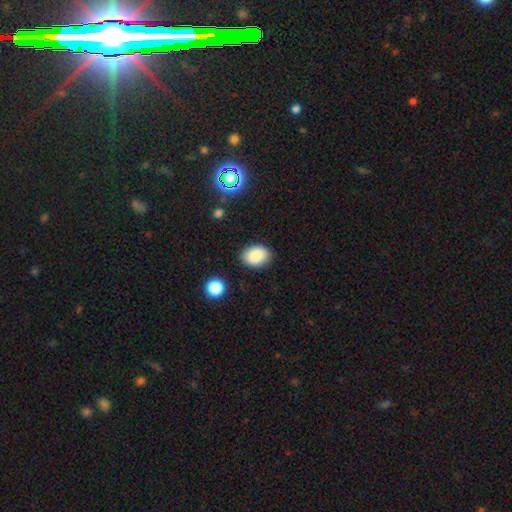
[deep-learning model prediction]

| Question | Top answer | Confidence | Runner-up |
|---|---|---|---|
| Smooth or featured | smooth | 87% | star or artifact (8%) |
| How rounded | in between | 78% | round (21%) |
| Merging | none | 85% | minor disturbance (11%) |